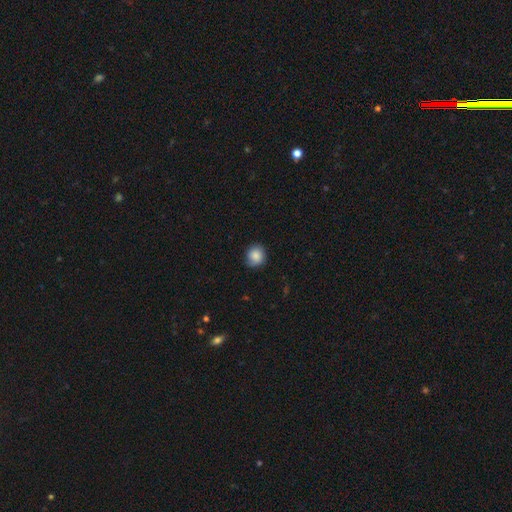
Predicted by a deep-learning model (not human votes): Smooth or featured? smooth (85%)
How rounded? round (83%)
Merging? none (78%)